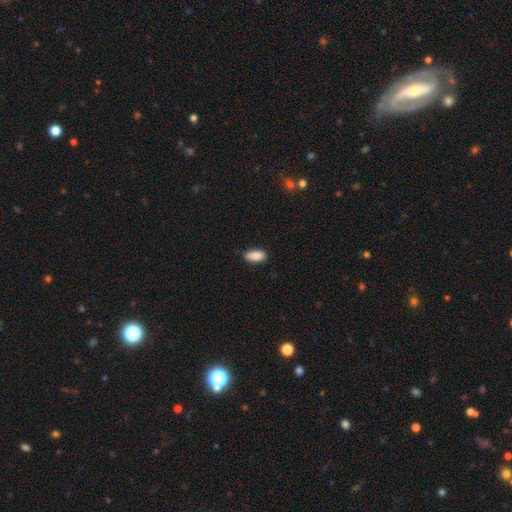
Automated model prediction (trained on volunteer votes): Smooth or featured: smooth — 86% (featured or disk — 7%)
How rounded: in between — 87% (cigar-shaped — 10%)
Merging: none — 83% (minor disturbance — 13%)